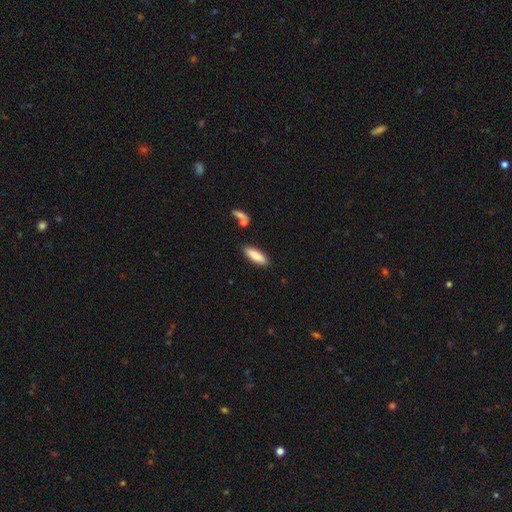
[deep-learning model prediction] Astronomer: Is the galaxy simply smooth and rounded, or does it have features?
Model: smooth — 87%.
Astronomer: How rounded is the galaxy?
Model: in between — 51% (runner-up: cigar-shaped, 48%).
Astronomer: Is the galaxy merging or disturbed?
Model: none — 85%.